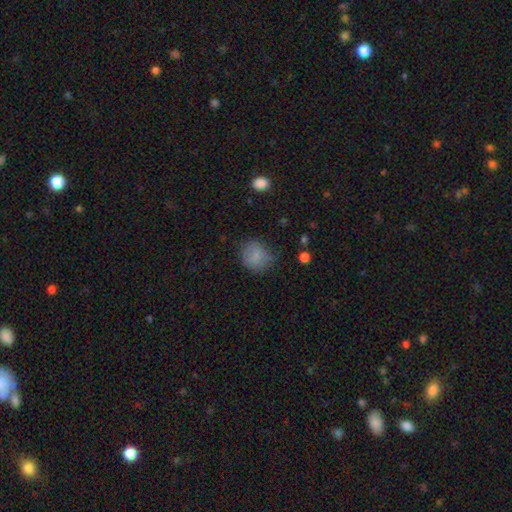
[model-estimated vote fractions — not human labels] Smooth or featured? Predicted: smooth (p=0.80). How rounded? Predicted: round (p=0.74). Merging? Predicted: none (p=0.67).